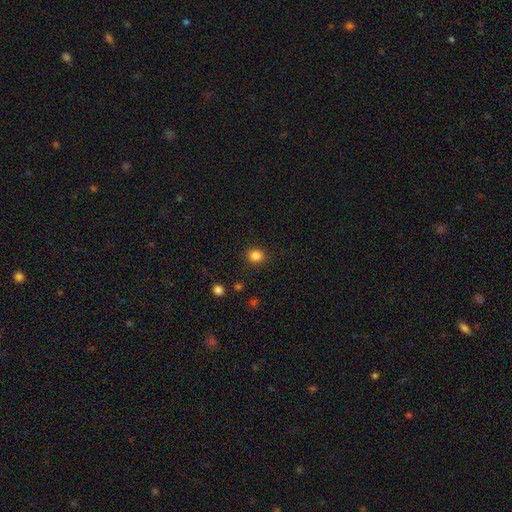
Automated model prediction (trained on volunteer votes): smooth-or-featured: smooth: 85% | star or artifact: 12% | featured or disk: 4%
  how-rounded: round: 73% | in between: 26% | cigar-shaped: 1%
  merging: none: 89% | minor disturbance: 8% | major disturbance: 2% | merger: 1%